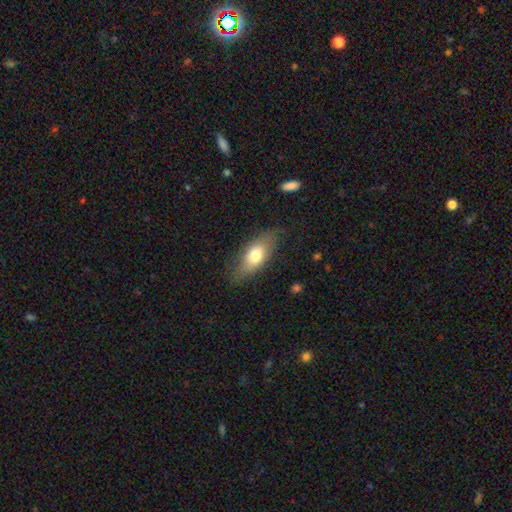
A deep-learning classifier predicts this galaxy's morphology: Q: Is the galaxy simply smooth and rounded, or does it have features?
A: smooth — 68%.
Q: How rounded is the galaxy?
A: in between — 77%.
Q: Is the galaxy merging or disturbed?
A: none — 74%.